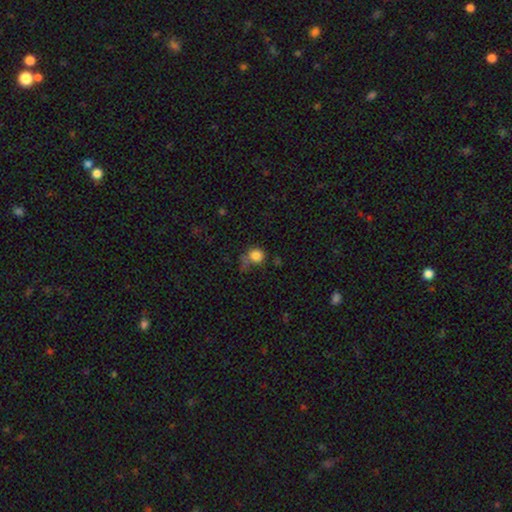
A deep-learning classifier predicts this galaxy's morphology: Q: Smooth or featured?
A: smooth (82%); runner-up: star or artifact (12%)
Q: How rounded?
A: round (84%); runner-up: in between (15%)
Q: Merging?
A: none (52%); runner-up: minor disturbance (22%)